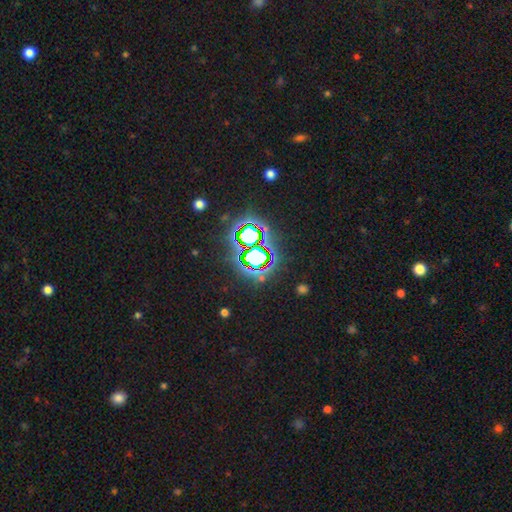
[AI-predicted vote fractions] Smooth or featured?
  - star or artifact: 73% *
  - smooth: 15%
  - featured or disk: 12%